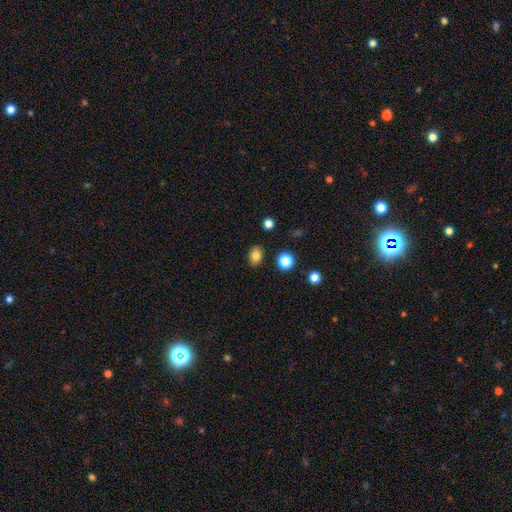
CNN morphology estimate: Smooth or featured?
  - smooth: 83% *
  - star or artifact: 11%
  - featured or disk: 7%
How rounded?
  - in between: 75% *
  - round: 24%
  - cigar-shaped: 1%
Merging?
  - none: 87% *
  - minor disturbance: 8%
  - major disturbance: 2%
  - merger: 2%